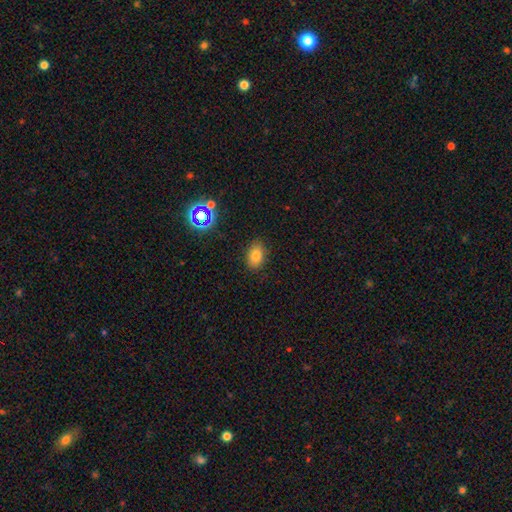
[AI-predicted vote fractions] This is likely a smooth galaxy (78%). How rounded: likely in between (80%). Merging: clearly none (86%).